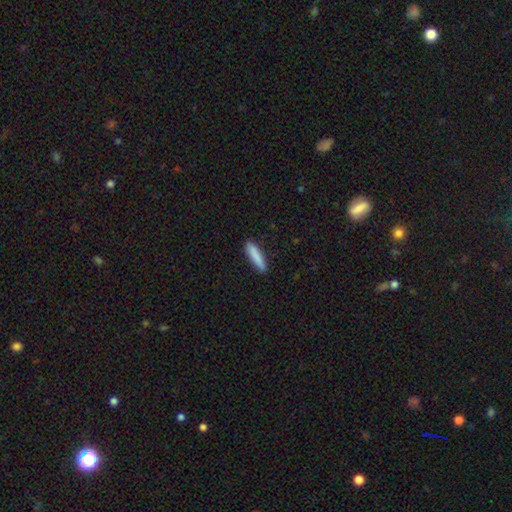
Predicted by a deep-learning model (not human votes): smooth_or_featured: smooth (p=0.86) [alt: featured or disk p=0.08]
how_rounded: cigar-shaped (p=0.83) [alt: in between p=0.16]
merging: none (p=0.88) [alt: minor disturbance p=0.09]